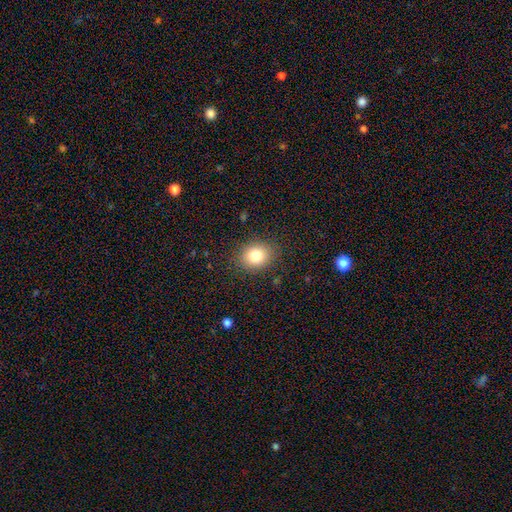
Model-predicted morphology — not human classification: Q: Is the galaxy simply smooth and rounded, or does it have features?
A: smooth — 80%.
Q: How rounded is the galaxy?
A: round — 52%.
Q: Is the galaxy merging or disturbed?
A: none — 87%.